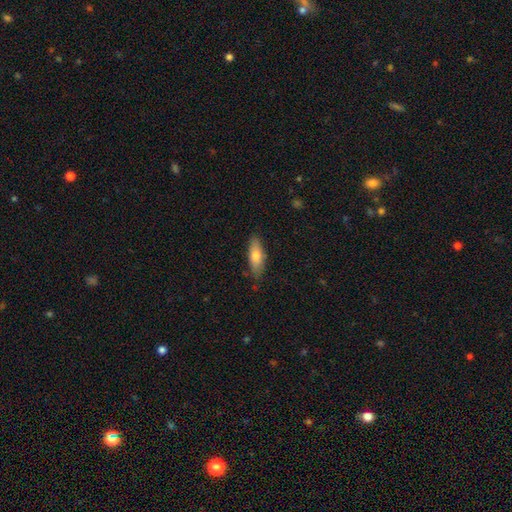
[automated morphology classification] This appears to be a smooth galaxy with no disk features (73%) that is in between round and cigar-shaped (64%). Merging: none (80%).